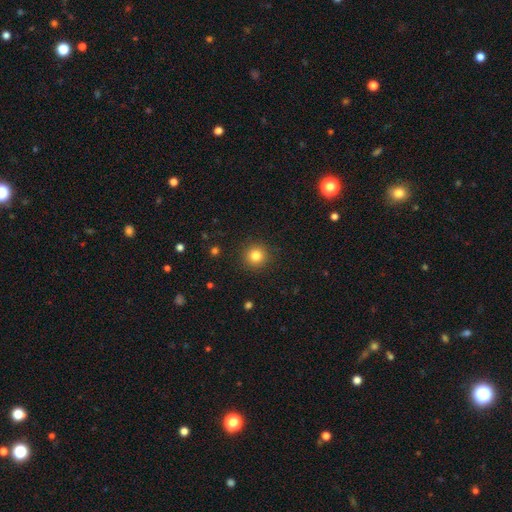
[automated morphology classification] smooth 82%, star or artifact 12%, featured or disk 6%. Down the decision tree: how rounded — round (94%); merging — none (91%).